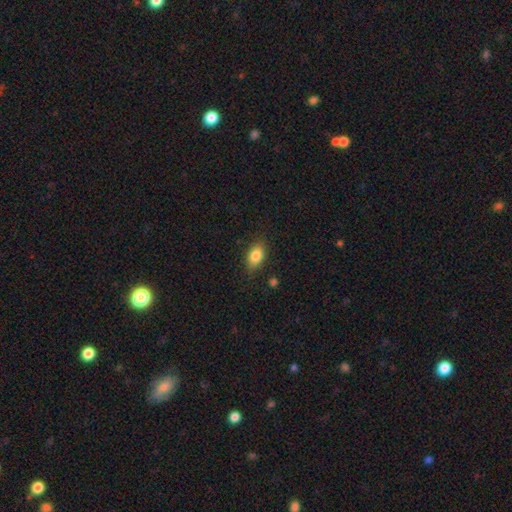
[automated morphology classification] Smooth or featured? Predicted: smooth (p=0.83). How rounded? Predicted: in between (p=0.85). Merging? Predicted: none (p=0.83).